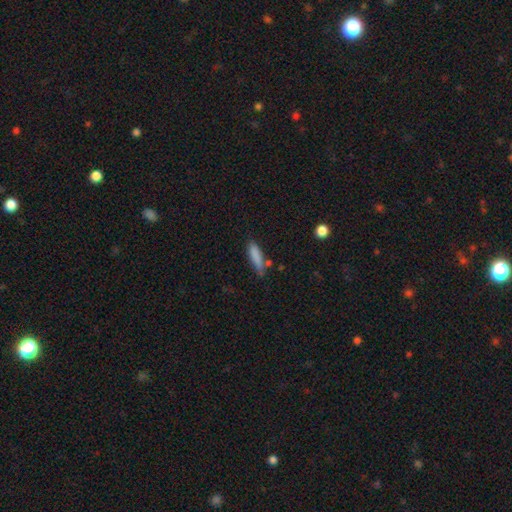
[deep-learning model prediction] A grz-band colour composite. It shows a smooth galaxy with no disk features (84%) that is cigar-shaped (67%). Merging: none (64%).